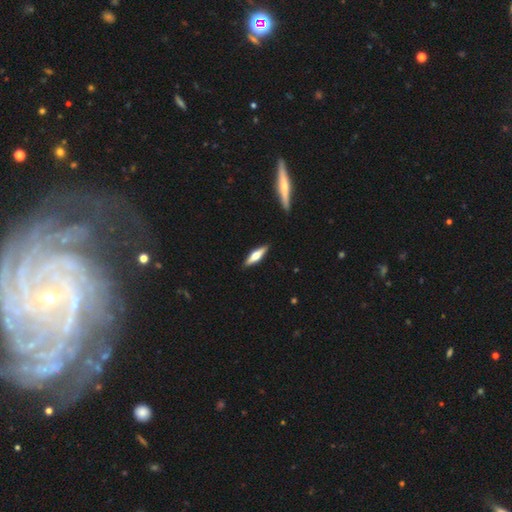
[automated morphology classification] smooth_or_featured: featured or disk (p=0.52) [alt: smooth p=0.43]
disk_edge_on: yes (p=0.94) [alt: no p=0.06]
merging: none (p=0.89) [alt: minor disturbance p=0.08]